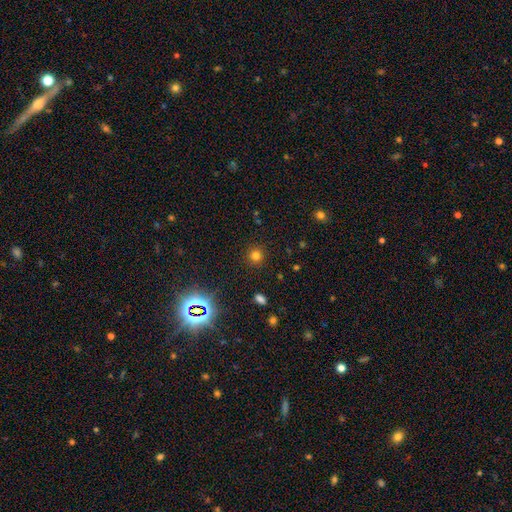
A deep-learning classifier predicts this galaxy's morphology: smooth 74%, star or artifact 20%, featured or disk 6%. Down the decision tree: how rounded — round (92%); merging — none (90%).